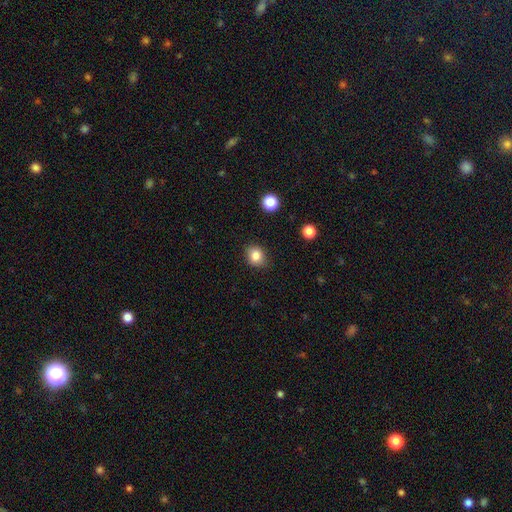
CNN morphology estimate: Q: Smooth or featured?
A: smooth (84%); runner-up: star or artifact (11%)
Q: How rounded?
A: round (69%); runner-up: in between (30%)
Q: Merging?
A: none (84%); runner-up: minor disturbance (12%)